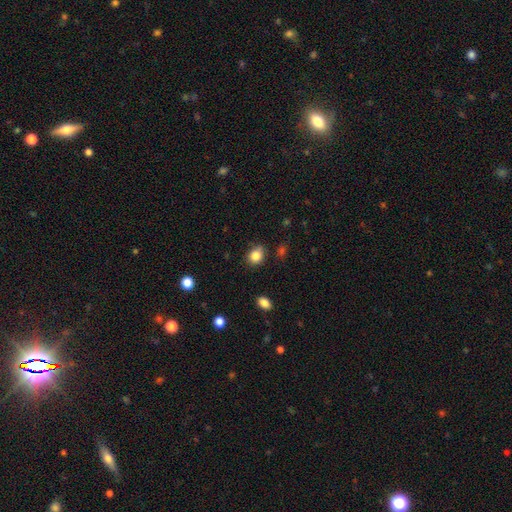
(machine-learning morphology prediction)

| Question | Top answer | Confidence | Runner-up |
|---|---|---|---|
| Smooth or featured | smooth | 85% | star or artifact (10%) |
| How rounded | round | 52% | in between (47%) |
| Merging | none | 71% | minor disturbance (22%) |